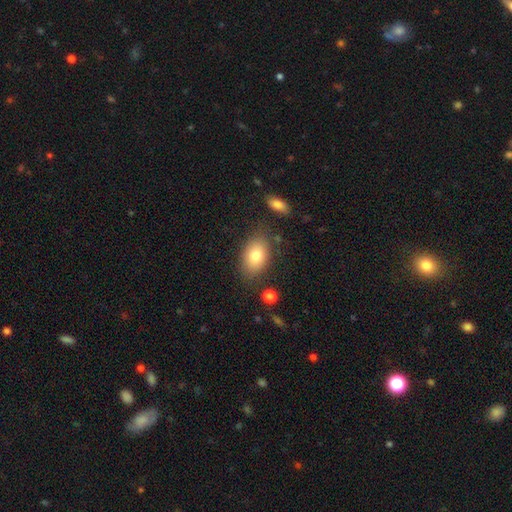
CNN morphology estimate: smooth 80%, featured or disk 12%, star or artifact 8%. Down the decision tree: how rounded — in between (89%); merging — none (78%).